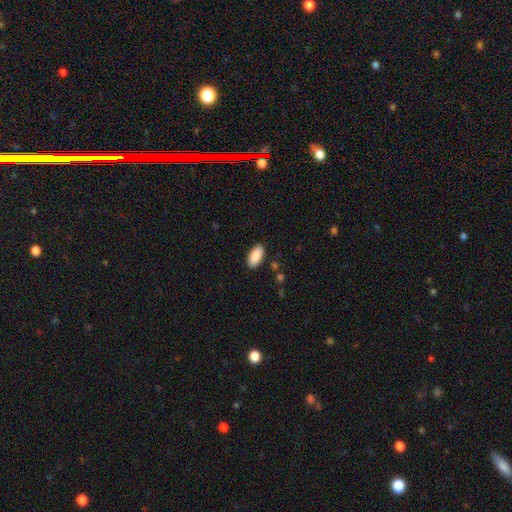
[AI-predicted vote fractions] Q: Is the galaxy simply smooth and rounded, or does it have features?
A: smooth — 89%.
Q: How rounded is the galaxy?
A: in between — 92%.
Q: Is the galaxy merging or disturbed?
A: none — 88%.